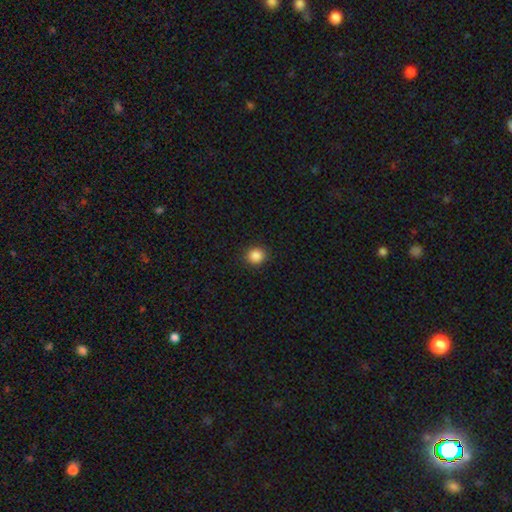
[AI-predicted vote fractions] A smooth galaxy with no disk features (87%) that is round (87%). Merging: none (91%).